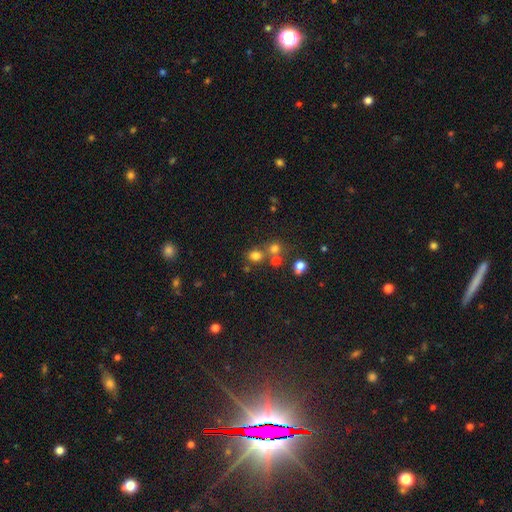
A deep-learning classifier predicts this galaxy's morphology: smooth_or_featured: smooth (p=0.72) [alt: star or artifact p=0.20]
how_rounded: round (p=0.77) [alt: in between p=0.22]
merging: none (p=0.60) [alt: merger p=0.28]